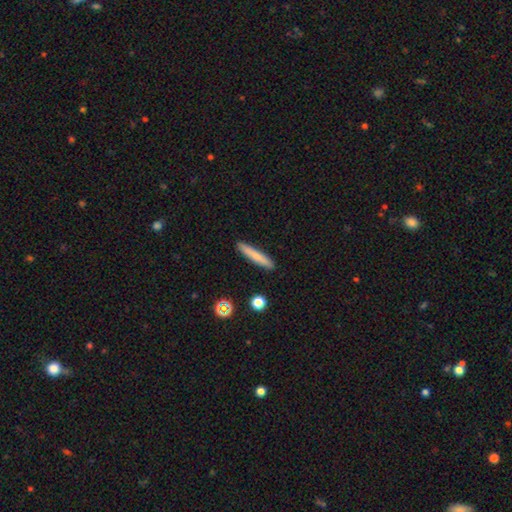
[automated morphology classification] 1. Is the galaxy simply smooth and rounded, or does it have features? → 70% smooth, 23% featured or disk, 7% star or artifact.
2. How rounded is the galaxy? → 93% cigar-shaped, 6% in between, 2% round.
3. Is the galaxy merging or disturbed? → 90% none, 7% minor disturbance, 2% major disturbance, 1% merger.